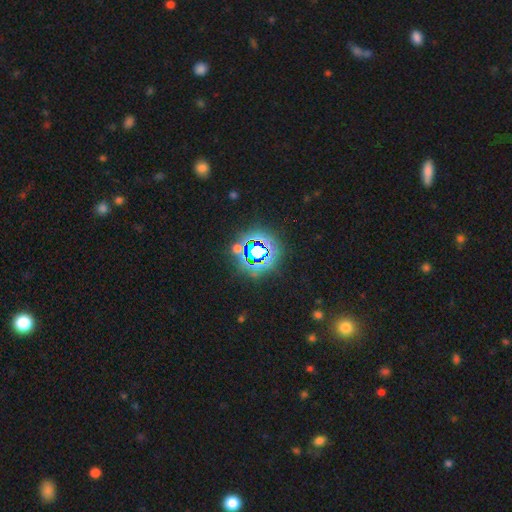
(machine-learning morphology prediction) Smooth or featured?
  - star or artifact: 79% *
  - smooth: 15%
  - featured or disk: 7%